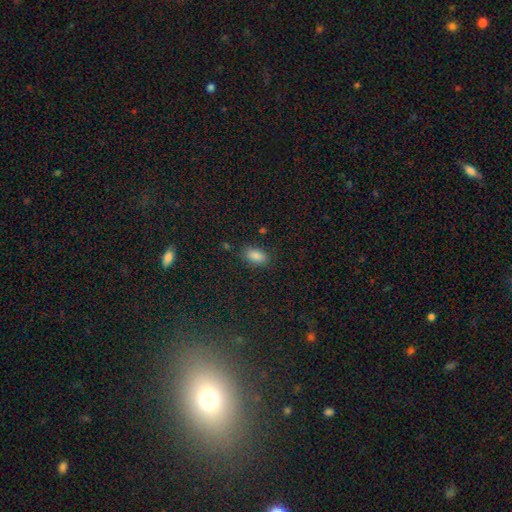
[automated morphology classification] smooth_or_featured: smooth (p=0.85) [alt: star or artifact p=0.10]
how_rounded: in between (p=0.91) [alt: round p=0.04]
merging: none (p=0.85) [alt: minor disturbance p=0.11]